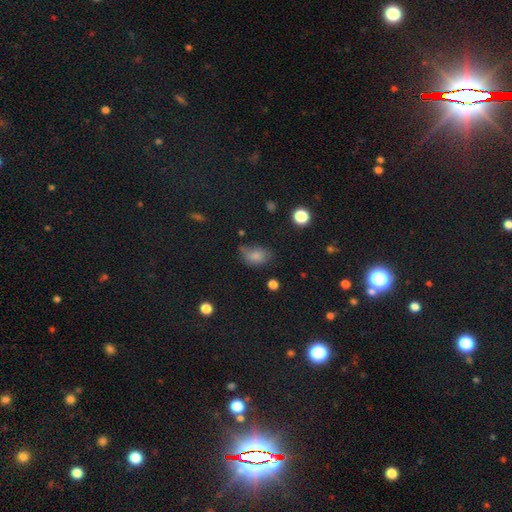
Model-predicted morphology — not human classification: smooth 77%, star or artifact 13%, featured or disk 9%. Down the decision tree: how rounded — in between (79%); merging — none (47%).